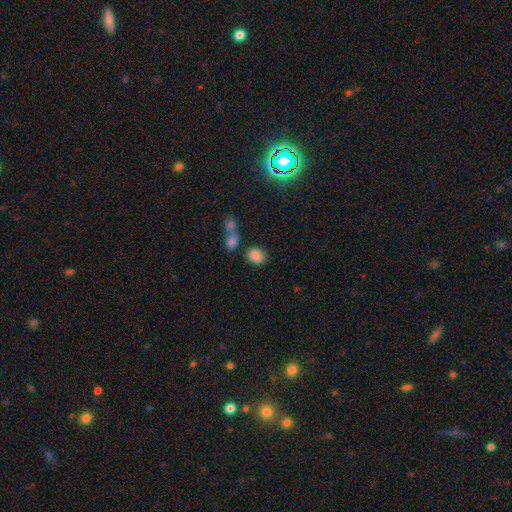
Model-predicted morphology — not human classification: Smooth or featured? Predicted: smooth (p=0.84). How rounded? Predicted: round (p=0.50). Merging? Predicted: none (p=0.71).